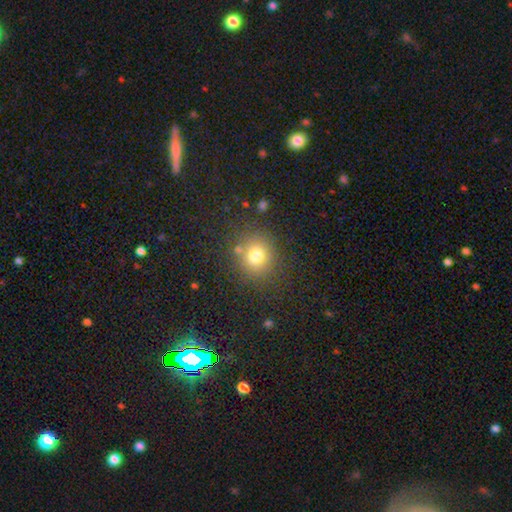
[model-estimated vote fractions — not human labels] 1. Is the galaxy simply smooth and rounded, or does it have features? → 74% smooth, 17% star or artifact, 9% featured or disk.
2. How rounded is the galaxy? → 88% round, 12% in between, 1% cigar-shaped.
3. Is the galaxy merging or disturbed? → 81% none, 10% minor disturbance, 5% merger, 4% major disturbance.